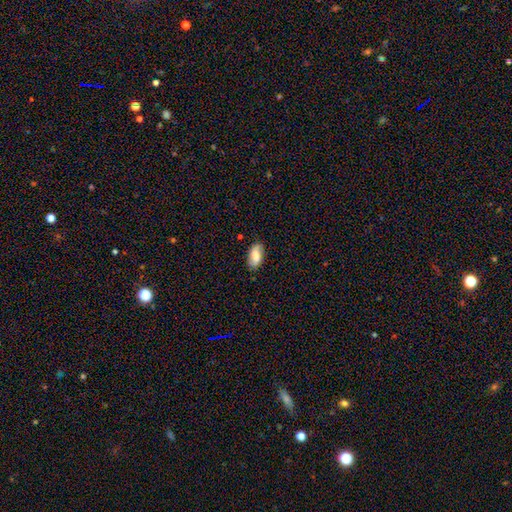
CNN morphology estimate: The model was most divided on "smooth or featured": smooth: 58%, featured or disk: 35%, star or artifact: 7%. More confident: how rounded — in between (92%); merging — none (83%).